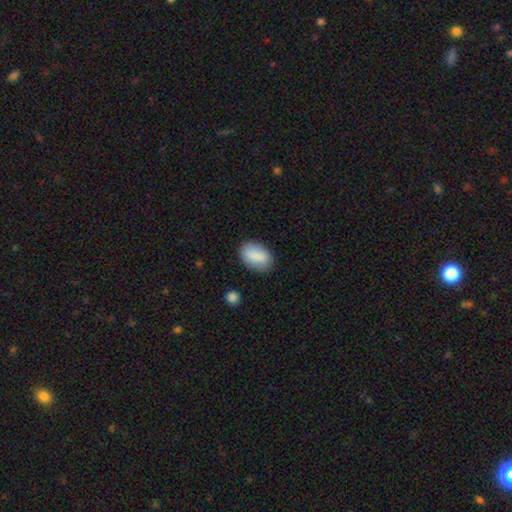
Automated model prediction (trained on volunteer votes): Smooth or featured? smooth (86%)
How rounded? in between (88%)
Merging? none (80%)